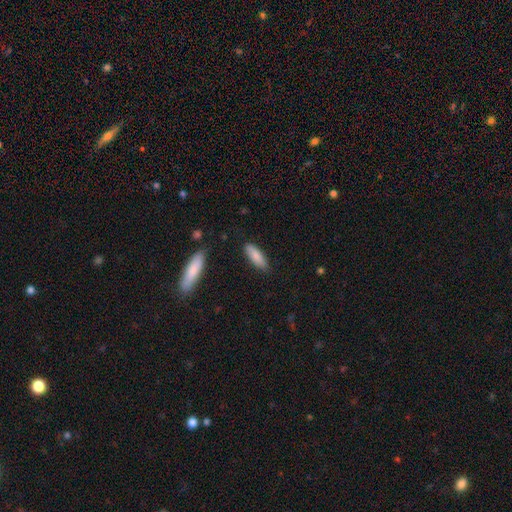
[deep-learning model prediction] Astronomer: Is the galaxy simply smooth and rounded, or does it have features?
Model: smooth — 84%.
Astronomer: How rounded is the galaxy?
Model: in between — 57% (runner-up: cigar-shaped, 42%).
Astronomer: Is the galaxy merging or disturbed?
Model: none — 82%.